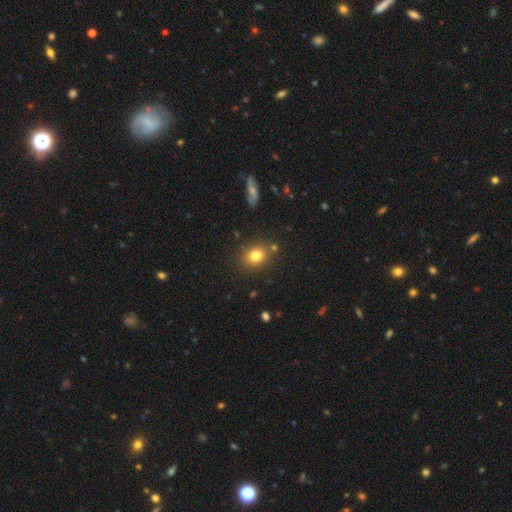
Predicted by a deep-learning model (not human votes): Smooth or featured?
  - smooth: 79% *
  - star or artifact: 12%
  - featured or disk: 9%
How rounded?
  - in between: 53% *
  - round: 45%
  - cigar-shaped: 1%
Merging?
  - none: 80% *
  - minor disturbance: 11%
  - merger: 5%
  - major disturbance: 3%